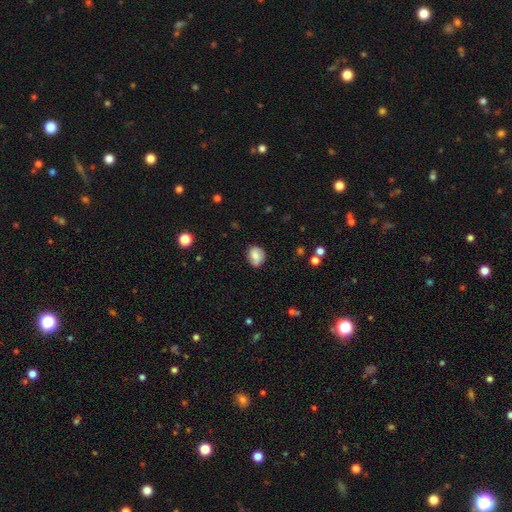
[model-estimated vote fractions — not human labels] Q: Smooth or featured?
A: smooth (74%); runner-up: featured or disk (17%)
Q: How rounded?
A: round (58%); runner-up: in between (41%)
Q: Merging?
A: none (79%); runner-up: minor disturbance (16%)